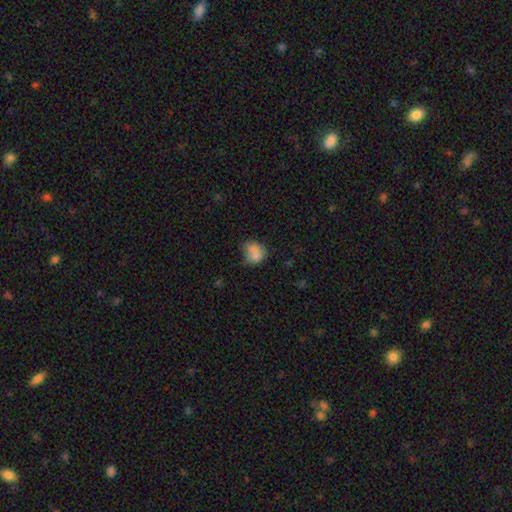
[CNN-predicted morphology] smooth_or_featured: smooth (p=0.73) [alt: featured or disk p=0.17]
how_rounded: round (p=0.62) [alt: in between p=0.37]
merging: none (p=0.41) [alt: merger p=0.26]